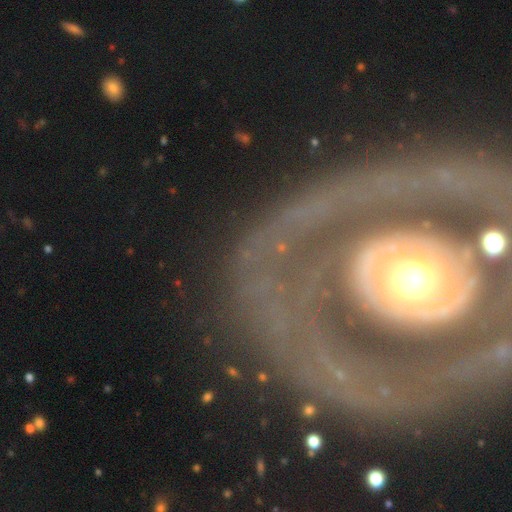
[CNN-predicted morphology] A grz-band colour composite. It shows a featured or disk galaxy (78%) with no bar (76%), no spiral arms (51%) and a moderate central bulge (66%). Merging: none (73%).